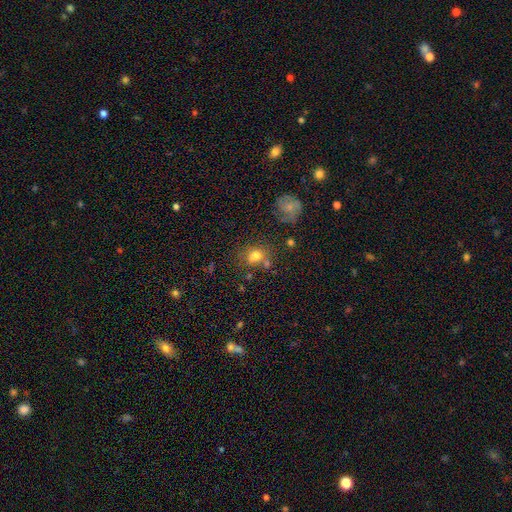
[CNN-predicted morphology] type=smooth (76%); roundness=round (65%); merging=none (59%).